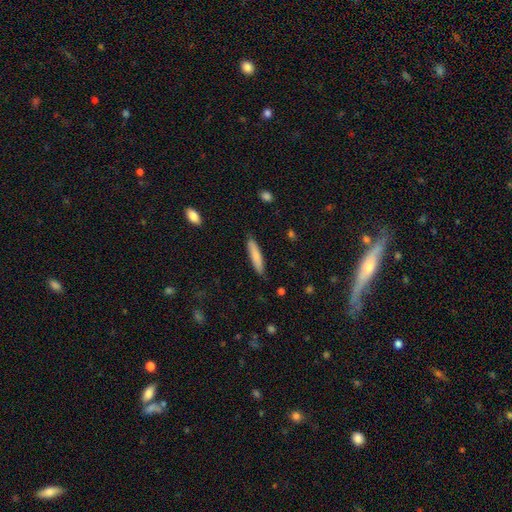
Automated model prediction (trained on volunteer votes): smooth 80%, featured or disk 14%, star or artifact 6%. Down the decision tree: how rounded — cigar-shaped (86%); merging — none (86%).